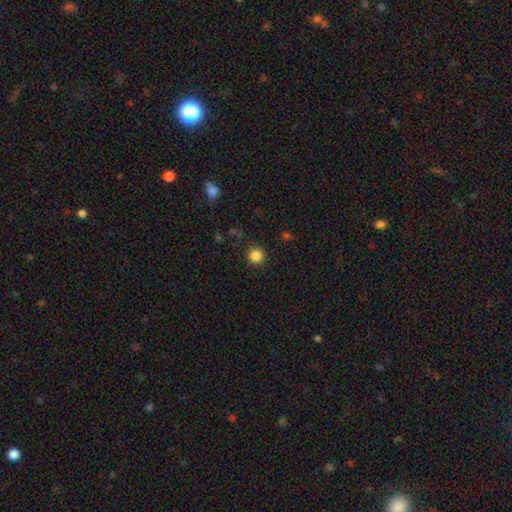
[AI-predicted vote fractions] smooth 85%, star or artifact 12%, featured or disk 3%. Down the decision tree: how rounded — round (94%); merging — none (90%).